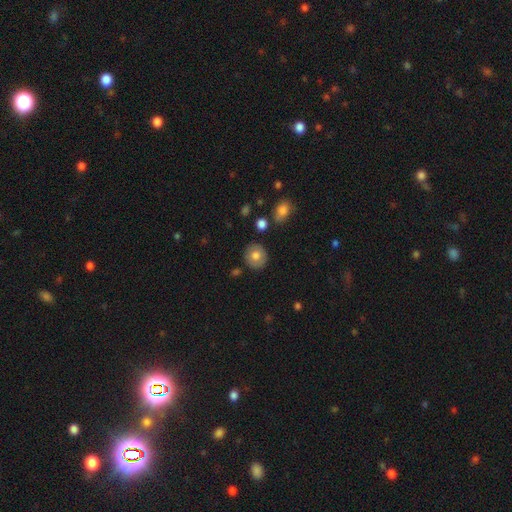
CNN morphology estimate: Smooth or featured?
  - smooth: 77% *
  - featured or disk: 15%
  - star or artifact: 8%
How rounded?
  - round: 87% *
  - in between: 12%
  - cigar-shaped: 1%
Merging?
  - none: 86% *
  - minor disturbance: 9%
  - merger: 2%
  - major disturbance: 2%